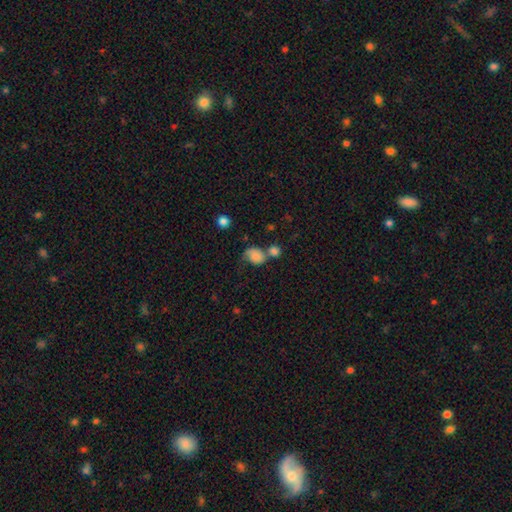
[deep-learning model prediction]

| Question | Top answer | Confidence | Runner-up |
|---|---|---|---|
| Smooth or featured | smooth | 75% | featured or disk (14%) |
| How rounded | in between | 55% | round (43%) |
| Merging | merger | 40% | none (27%) |